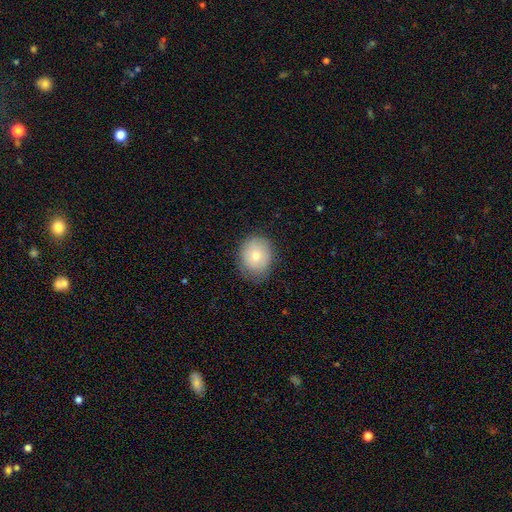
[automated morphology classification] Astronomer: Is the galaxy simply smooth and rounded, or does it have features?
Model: smooth — 75%.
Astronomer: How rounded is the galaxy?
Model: round — 61% (runner-up: in between, 38%).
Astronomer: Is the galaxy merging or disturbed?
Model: none — 75%.